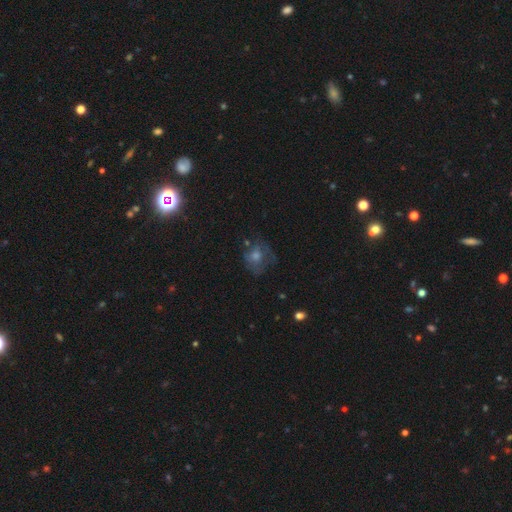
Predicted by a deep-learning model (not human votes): A smooth galaxy with no disk features (38%).

Vote fractions:
- Smooth or featured? smooth: 38% / featured or disk: 36% / star or artifact: 26%
- Merging? none: 60% / minor disturbance: 21% / major disturbance: 17% / merger: 2%